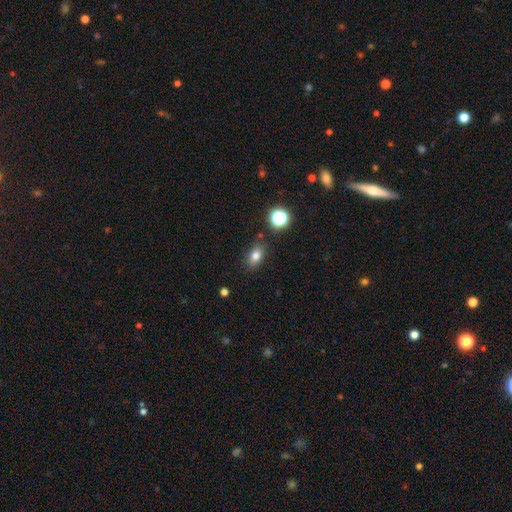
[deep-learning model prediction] smooth 78%, star or artifact 13%, featured or disk 9%. Down the decision tree: how rounded — in between (76%); merging — none (83%).